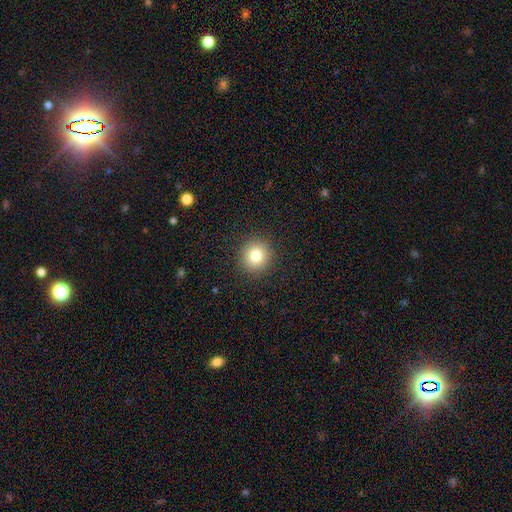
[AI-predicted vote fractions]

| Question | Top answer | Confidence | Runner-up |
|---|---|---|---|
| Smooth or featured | smooth | 81% | star or artifact (11%) |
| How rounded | round | 92% | in between (7%) |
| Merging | none | 92% | minor disturbance (5%) |